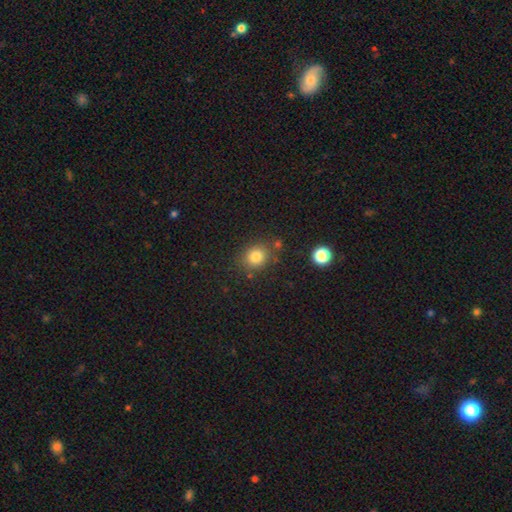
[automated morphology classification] Overall: smooth (81%). How rounded: round (71%). Merging: none (79%).